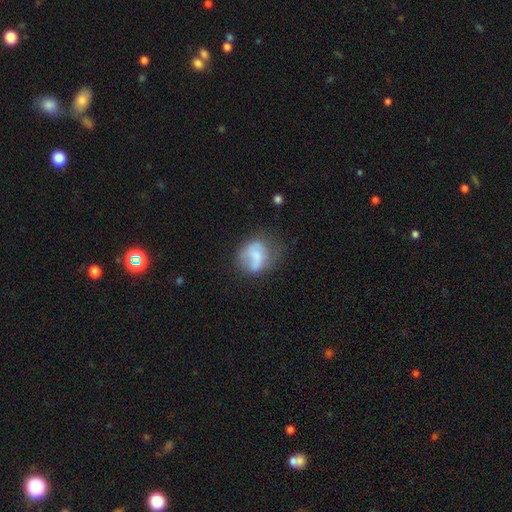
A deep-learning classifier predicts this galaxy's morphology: type=smooth (62%); roundness=round (58%); merging=none (40%).